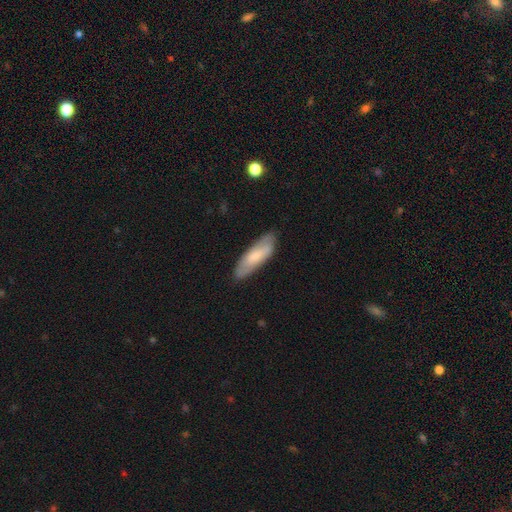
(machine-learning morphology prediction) A smooth galaxy with no disk features (65%) that is in between round and cigar-shaped (54%). Merging: none (80%).